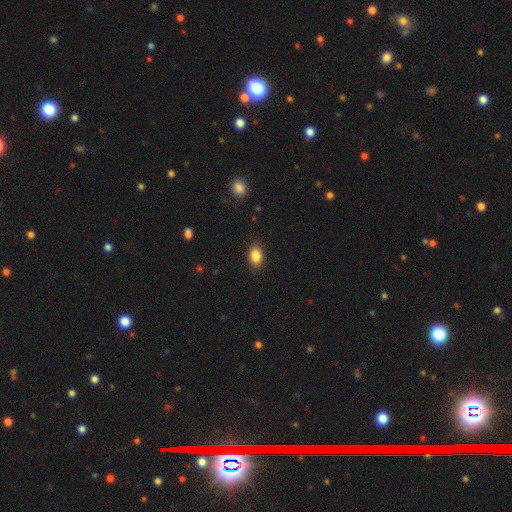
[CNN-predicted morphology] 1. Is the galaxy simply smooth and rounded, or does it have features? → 87% smooth, 8% star or artifact, 5% featured or disk.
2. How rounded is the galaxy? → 85% in between, 13% round, 2% cigar-shaped.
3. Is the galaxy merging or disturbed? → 88% none, 9% minor disturbance, 2% major disturbance, 1% merger.